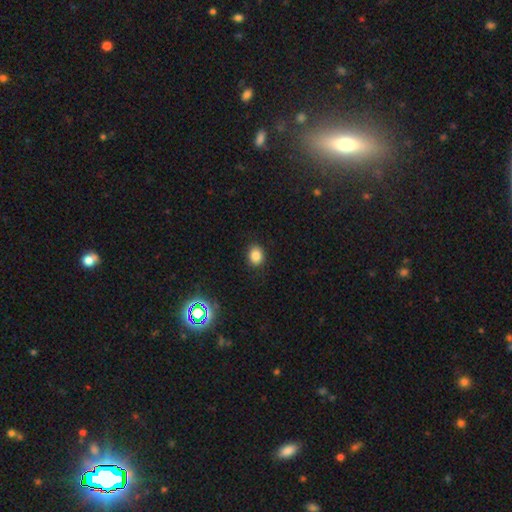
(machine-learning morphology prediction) The model was most divided on "how rounded": in between: 51%, round: 48%, cigar-shaped: 1%. More confident: merging — none (87%); smooth or featured — smooth (83%).